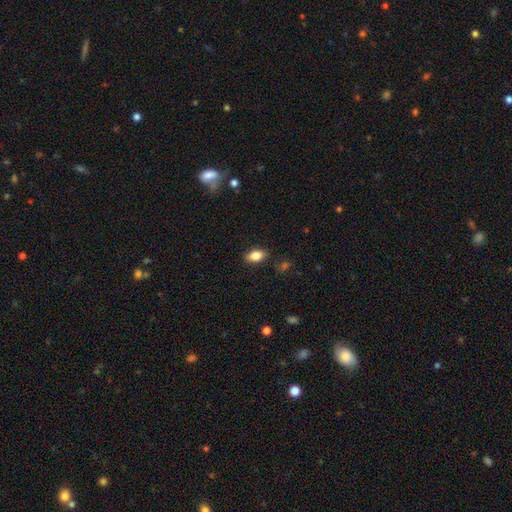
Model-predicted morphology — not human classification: This is clearly a smooth galaxy (84%). How rounded: clearly in between (87%). Merging: clearly none (86%).